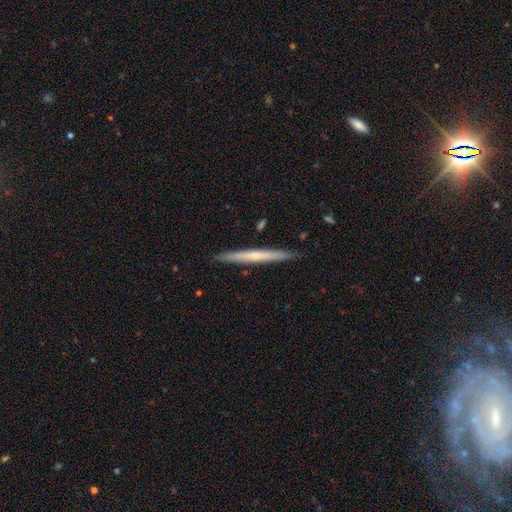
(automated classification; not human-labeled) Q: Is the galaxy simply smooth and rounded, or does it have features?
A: featured or disk — 54%.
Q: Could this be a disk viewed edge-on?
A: yes — 96%.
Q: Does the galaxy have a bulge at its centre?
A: none — 57%.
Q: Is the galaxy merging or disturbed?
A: none — 91%.